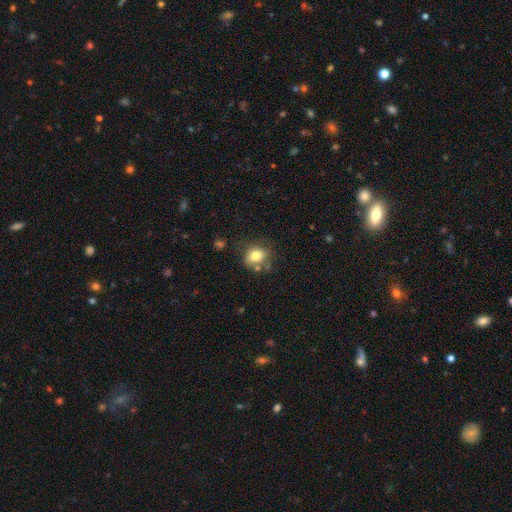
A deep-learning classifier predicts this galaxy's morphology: Smooth or featured?
  - smooth: 77% *
  - featured or disk: 13%
  - star or artifact: 10%
How rounded?
  - round: 58% *
  - in between: 40%
  - cigar-shaped: 1%
Merging?
  - none: 63% *
  - minor disturbance: 21%
  - merger: 9%
  - major disturbance: 7%